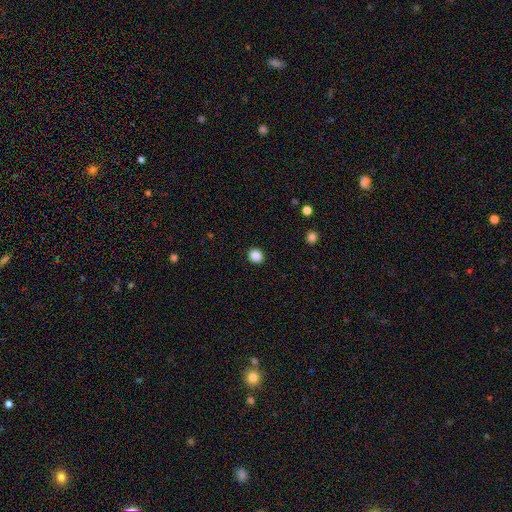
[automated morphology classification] A smooth galaxy with no disk features (86%) that is round (83%). Merging: none (92%).